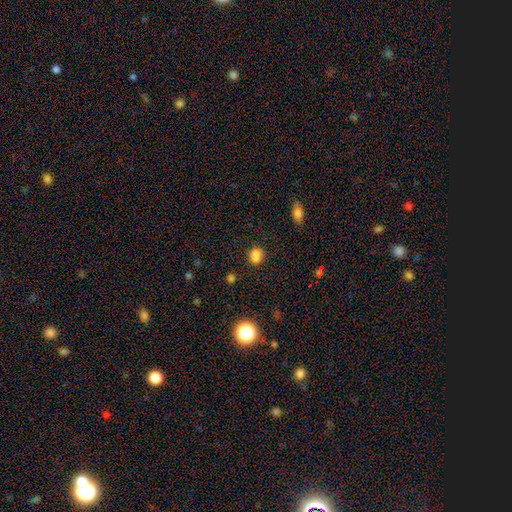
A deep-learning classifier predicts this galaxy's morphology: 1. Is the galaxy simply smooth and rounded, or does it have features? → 75% smooth, 18% star or artifact, 7% featured or disk.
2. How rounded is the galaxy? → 55% round, 44% in between, 1% cigar-shaped.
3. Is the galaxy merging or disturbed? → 63% none, 16% minor disturbance, 16% merger, 5% major disturbance.